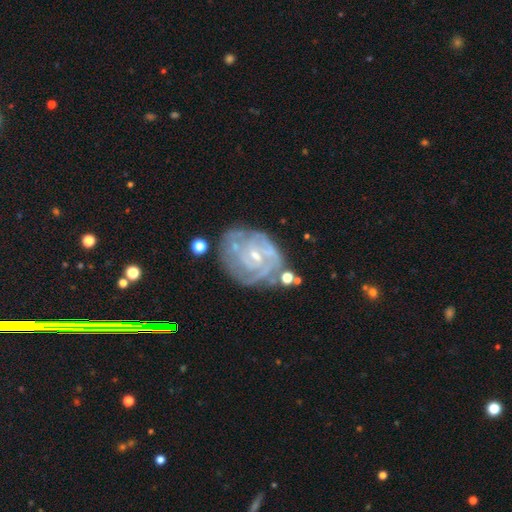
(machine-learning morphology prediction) Smooth or featured?
  - featured or disk: 82% *
  - smooth: 11%
  - star or artifact: 7%
Edge-on disk?
  - no: 97% *
  - yes: 3%
Bar?
  - no: 52% *
  - weak: 39%
  - strong: 8%
Spiral arms?
  - yes: 90% *
  - no: 10%
Spiral winding?
  - tight: 68% *
  - medium: 25%
  - loose: 7%
Spiral arm count?
  - can't tell: 41% *
  - 2: 21%
  - 3: 18%
  - 4: 10%
  - 1: 5%
  - more than 4: 5%
Bulge size?
  - small: 72% *
  - moderate: 21%
  - none: 5%
  - large: 1%
  - dominant: 1%
Merging?
  - none: 60% *
  - minor disturbance: 22%
  - major disturbance: 12%
  - merger: 7%